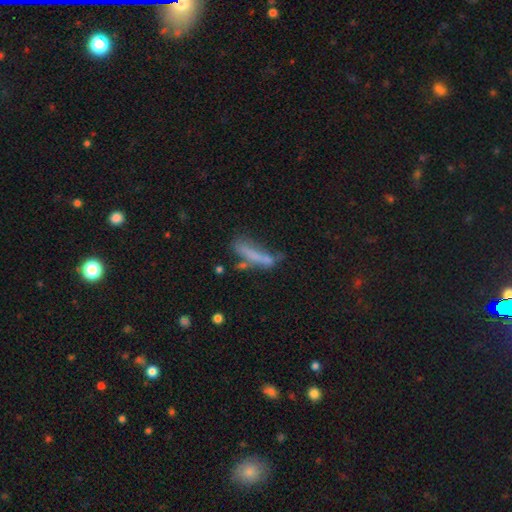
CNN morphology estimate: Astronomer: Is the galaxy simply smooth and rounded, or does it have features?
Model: smooth — 62%.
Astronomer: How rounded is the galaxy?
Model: cigar-shaped — 82%.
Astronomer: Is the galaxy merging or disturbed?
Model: none — 42% (runner-up: minor disturbance, 25%).